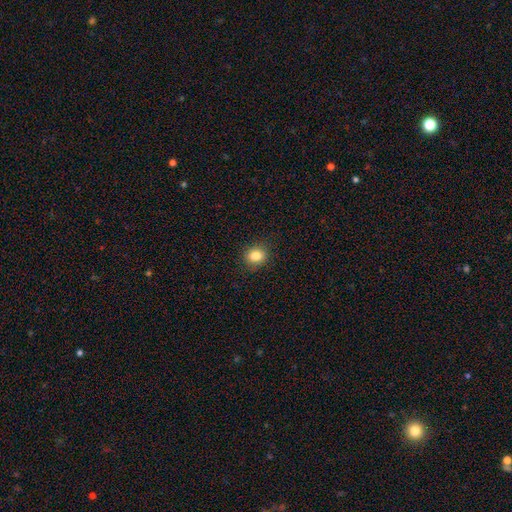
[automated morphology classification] This appears to be a smooth galaxy with no disk features (84%) that is round (75%). Merging: none (89%).